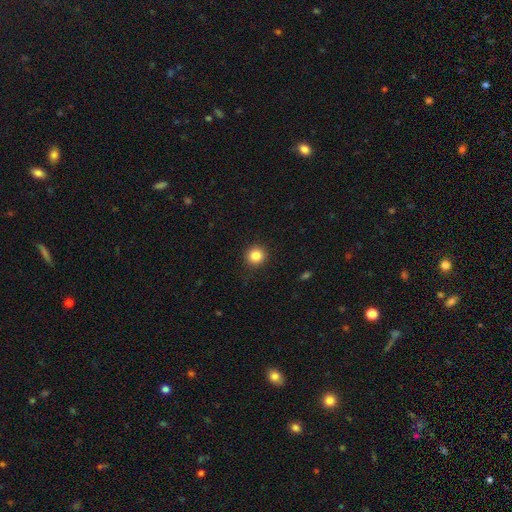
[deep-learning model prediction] Smooth or featured?
  - smooth: 84% *
  - star or artifact: 10%
  - featured or disk: 5%
How rounded?
  - round: 93% *
  - in between: 6%
  - cigar-shaped: 1%
Merging?
  - none: 90% *
  - minor disturbance: 7%
  - major disturbance: 2%
  - merger: 1%